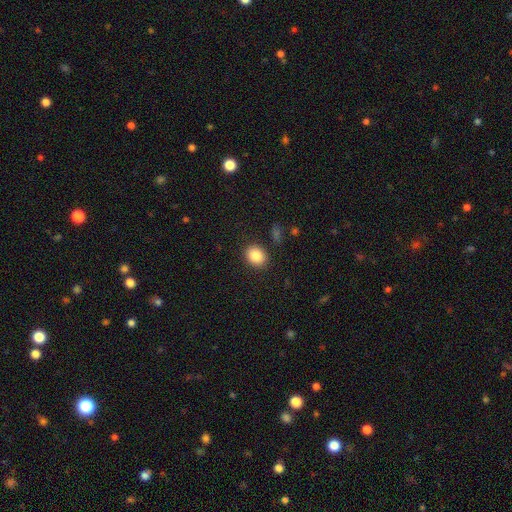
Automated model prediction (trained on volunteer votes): smooth 85%, star or artifact 9%, featured or disk 6%. Down the decision tree: how rounded — round (58%); merging — none (88%).